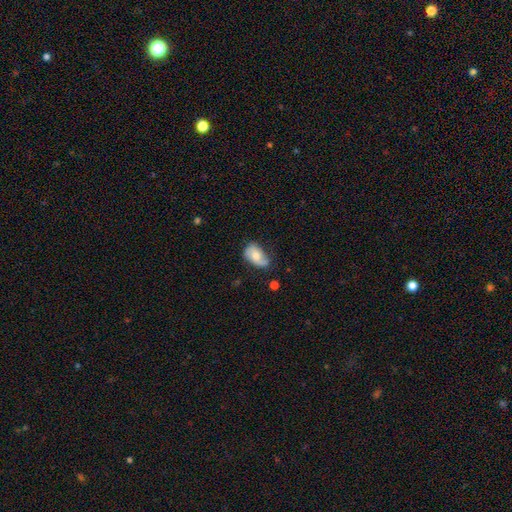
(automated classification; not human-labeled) Smooth or featured: smooth — 48% (featured or disk — 44%)
Merging: none — 52% (minor disturbance — 34%)